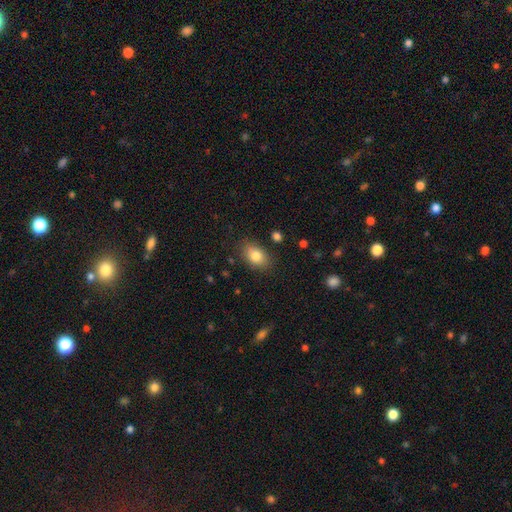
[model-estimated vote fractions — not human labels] Smooth or featured?
  - smooth: 82% *
  - featured or disk: 9%
  - star or artifact: 8%
How rounded?
  - in between: 85% *
  - round: 13%
  - cigar-shaped: 2%
Merging?
  - none: 82% *
  - minor disturbance: 13%
  - major disturbance: 3%
  - merger: 2%